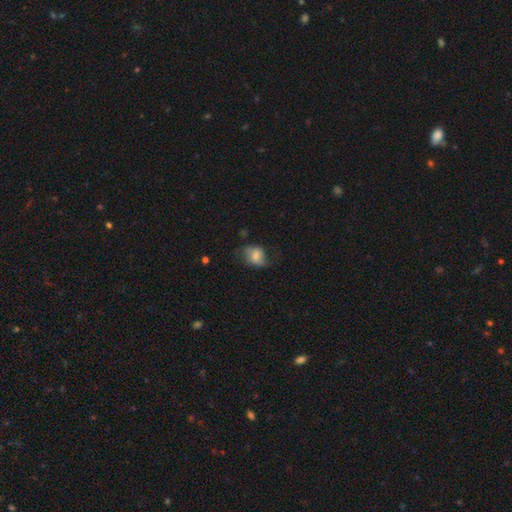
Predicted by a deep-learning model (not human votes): Smooth or featured?
  - smooth: 61% *
  - featured or disk: 31%
  - star or artifact: 9%
How rounded?
  - in between: 66% *
  - round: 33%
  - cigar-shaped: 1%
Merging?
  - none: 48% *
  - minor disturbance: 30%
  - major disturbance: 19%
  - merger: 2%